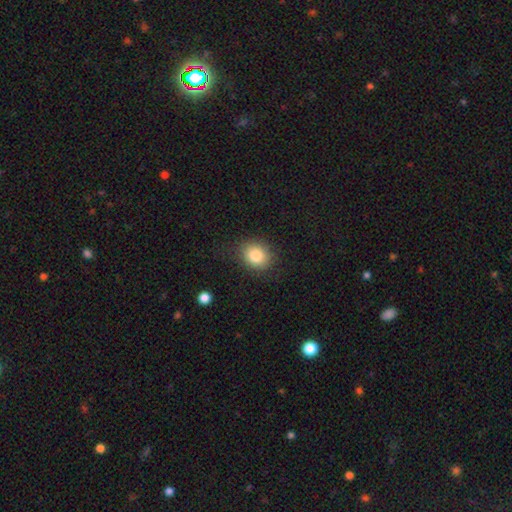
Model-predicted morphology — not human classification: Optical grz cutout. It shows a smooth galaxy with no disk features (84%) that is round (61%). Merging: none (84%).